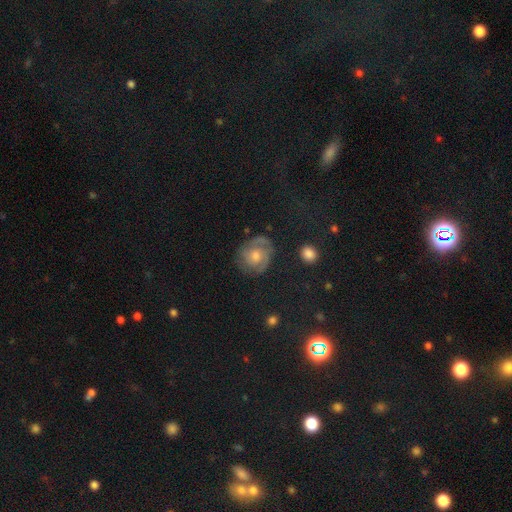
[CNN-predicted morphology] Smooth or featured: featured or disk — 66% (smooth — 23%)
Edge-on disk: no — 97% (yes — 3%)
Bar: no — 75% (weak — 22%)
Spiral arms: yes — 89% (no — 11%)
Spiral winding: tight — 58% (medium — 33%)
Spiral arm count: 2 — 45% (can't tell — 28%)
Bulge size: moderate — 60% (small — 32%)
Merging: none — 72% (minor disturbance — 18%)